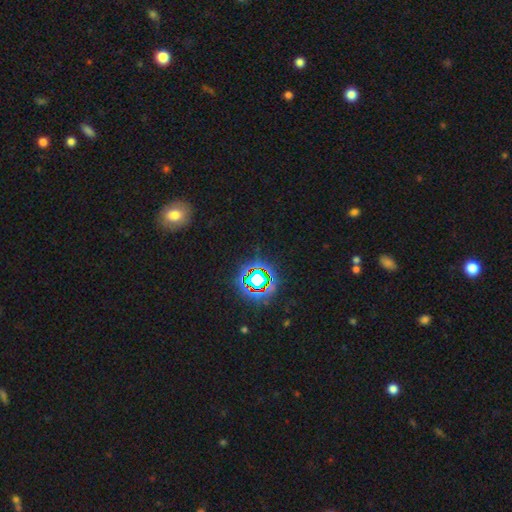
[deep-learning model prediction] Smooth or featured? star or artifact (69%)